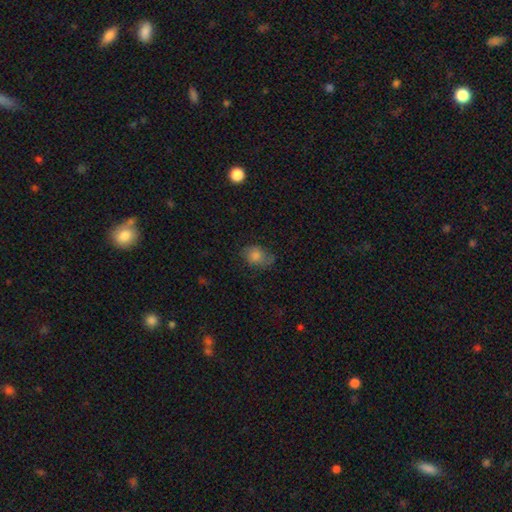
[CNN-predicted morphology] smooth_or_featured: smooth (p=0.75) [alt: featured or disk p=0.13]
how_rounded: in between (p=0.61) [alt: round p=0.37]
merging: none (p=0.62) [alt: minor disturbance p=0.27]